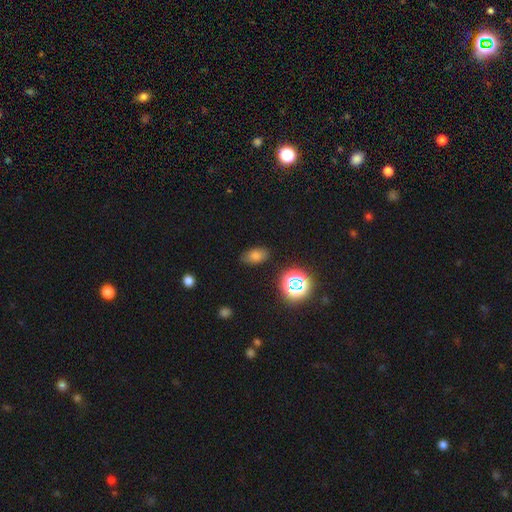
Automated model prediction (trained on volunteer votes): A smooth galaxy with no disk features (71%) that is in between round and cigar-shaped (88%). Merging: none (83%).